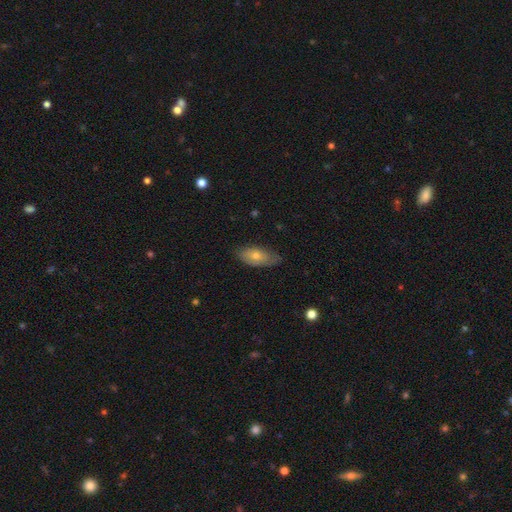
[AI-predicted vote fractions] smooth_or_featured: smooth (p=0.58) [alt: featured or disk p=0.35]
how_rounded: in between (p=0.86) [alt: cigar-shaped p=0.11]
merging: none (p=0.72) [alt: minor disturbance p=0.23]